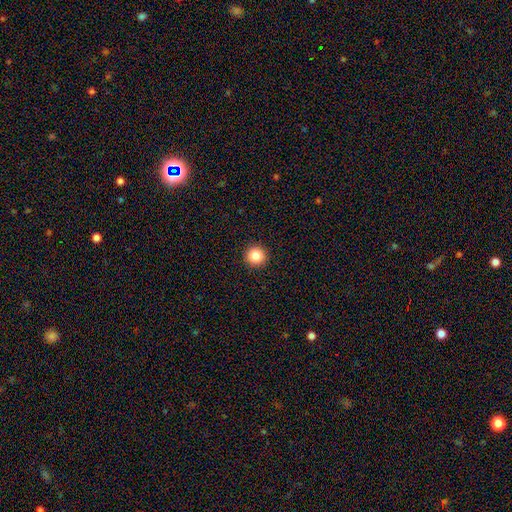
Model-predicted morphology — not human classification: smooth-or-featured: smooth: 85% | star or artifact: 10% | featured or disk: 4%
  how-rounded: round: 95% | in between: 4% | cigar-shaped: 1%
  merging: none: 93% | minor disturbance: 4% | major disturbance: 2% | merger: 1%